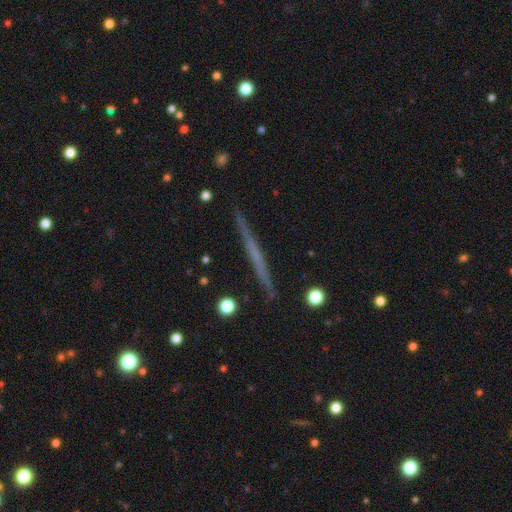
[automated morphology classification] Smooth or featured? featured or disk (61%)
Edge-on disk? yes (98%)
Edge-on bulge? none (82%)
Merging? none (91%)